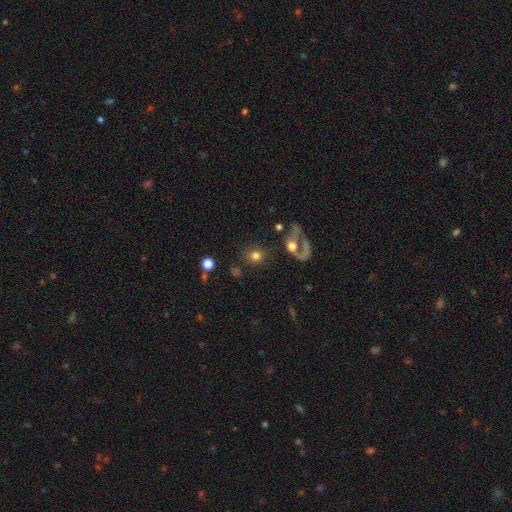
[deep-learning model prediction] This appears to be a smooth galaxy with no disk features (74%) that is round (81%). Merging: none (68%).